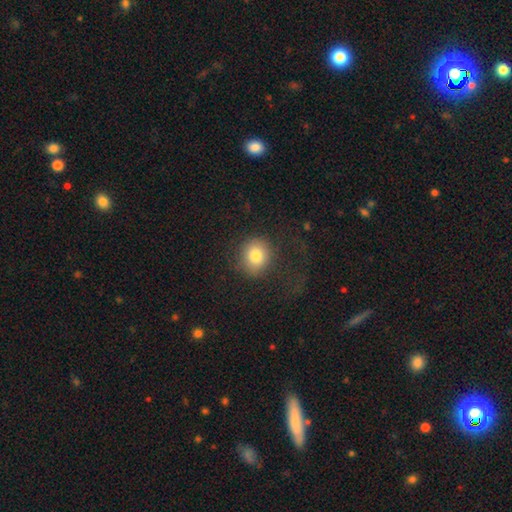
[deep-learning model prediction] A smooth galaxy with no disk features (80%) that is round (83%).

Vote fractions:
- Smooth or featured? smooth: 80% / featured or disk: 10% / star or artifact: 10%
- How rounded? round: 83% / in between: 16% / cigar-shaped: 1%
- Merging? none: 71% / major disturbance: 14% / minor disturbance: 13% / merger: 2%